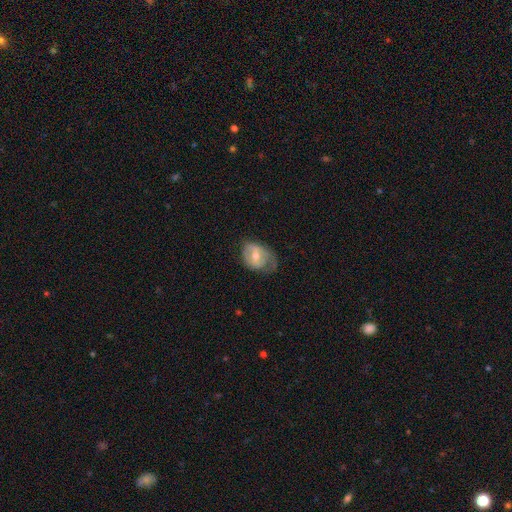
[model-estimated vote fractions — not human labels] smooth_or_featured: featured or disk (p=0.61) [alt: smooth p=0.32]
disk_edge_on: no (p=0.95) [alt: yes p=0.05]
bar: no (p=0.44) [alt: weak p=0.40]
has_spiral_arms: yes (p=0.58) [alt: no p=0.42]
bulge_size: moderate (p=0.67) [alt: small p=0.27]
merging: none (p=0.47) [alt: minor disturbance p=0.32]